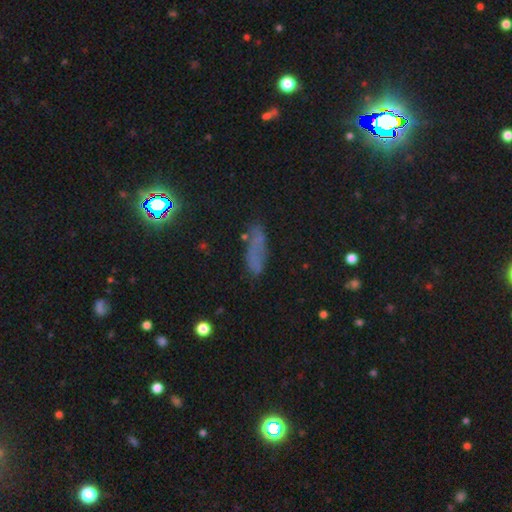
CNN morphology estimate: type=smooth (56%); roundness=in between (49%); merging=none (59%).